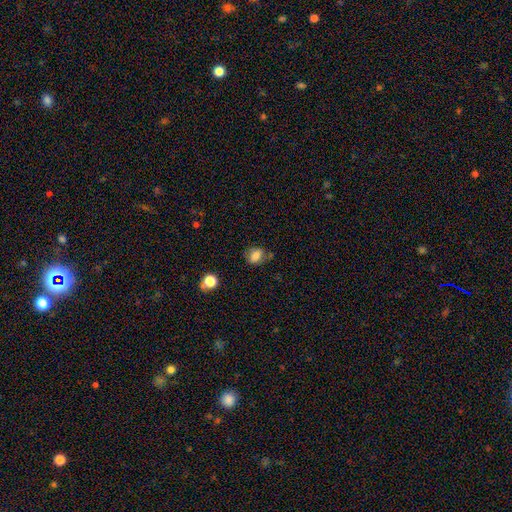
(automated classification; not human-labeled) This appears to be a smooth galaxy with no disk features (76%) that is in between round and cigar-shaped (66%). Merging: none (64%).